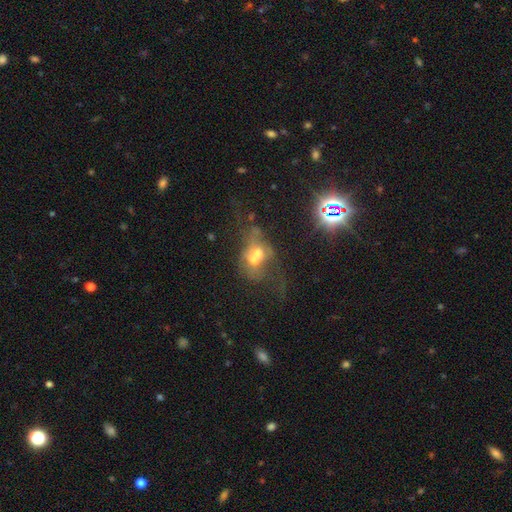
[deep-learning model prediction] The model was most divided on "smooth or featured": smooth: 43%, featured or disk: 41%, star or artifact: 16%. More confident: merging — merger (69%).